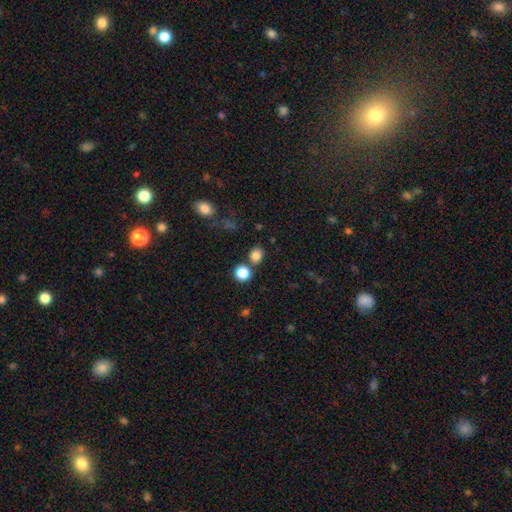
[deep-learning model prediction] A smooth galaxy with no disk features (81%) that is round (69%). Merging: none (74%).